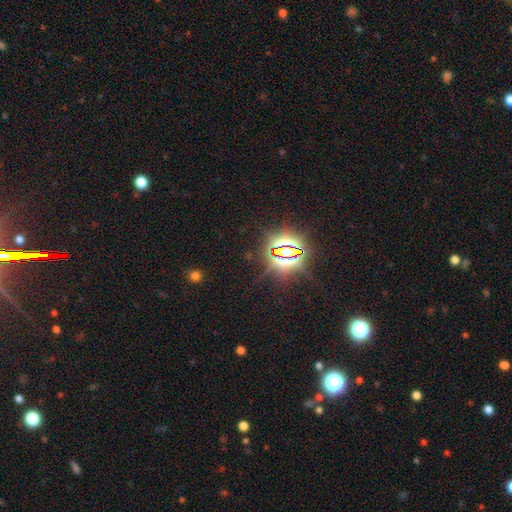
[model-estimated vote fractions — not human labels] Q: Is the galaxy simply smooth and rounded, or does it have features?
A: star or artifact — 82%.